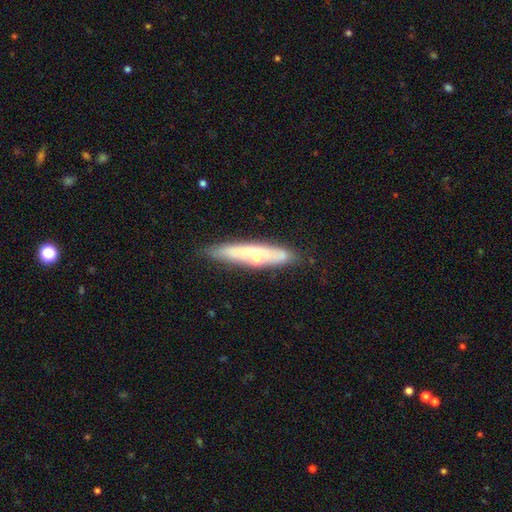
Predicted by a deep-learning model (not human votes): Smooth or featured? featured or disk (53%)
Edge-on disk? yes (63%)
Merging? none (72%)